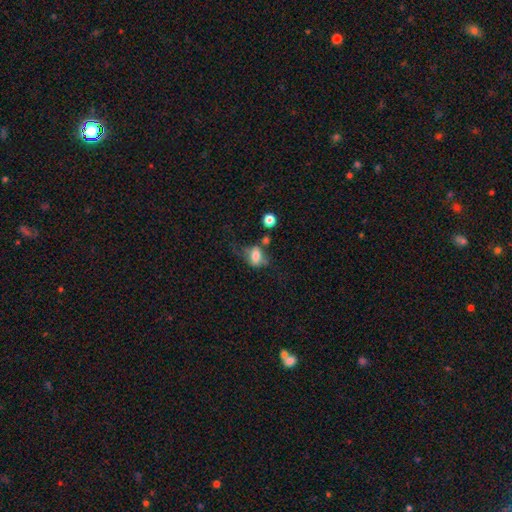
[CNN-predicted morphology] This appears to be a smooth galaxy with no disk features (70%) that is in between round and cigar-shaped (72%). Merging: none (38%).